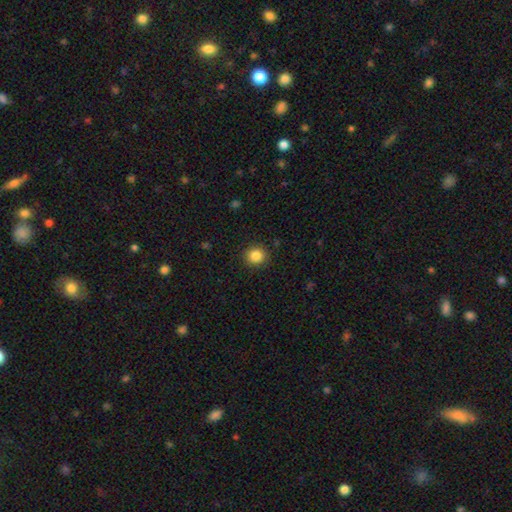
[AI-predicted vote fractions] The model was most divided on "smooth or featured": smooth: 86%, star or artifact: 10%, featured or disk: 4%. More confident: merging — none (90%); how rounded — round (88%).